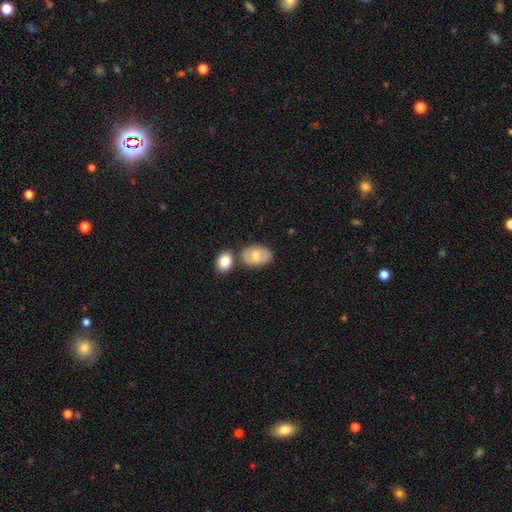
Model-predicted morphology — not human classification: This appears to be a smooth galaxy with no disk features (72%) that is in between round and cigar-shaped (88%). Merging: none (61%).